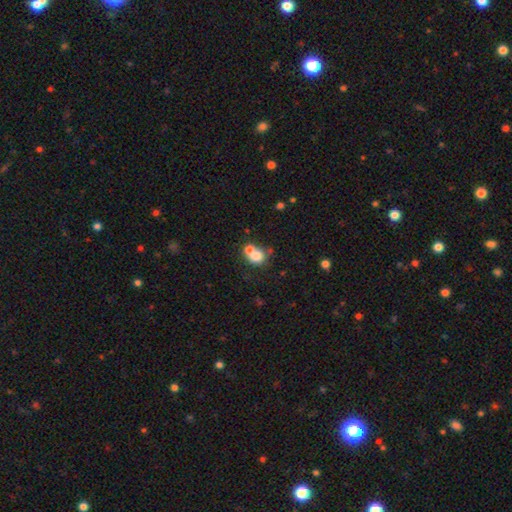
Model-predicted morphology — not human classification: smooth 75%, featured or disk 14%, star or artifact 12%. Down the decision tree: how rounded — round (73%); merging — merger (51%).